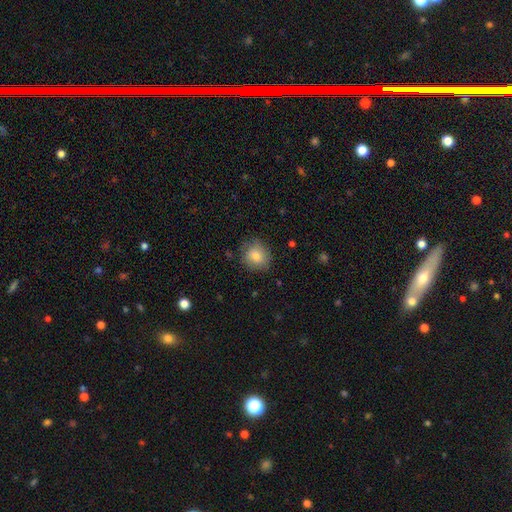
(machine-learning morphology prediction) A smooth galaxy with no disk features (81%) that is round (82%).

Vote fractions:
- Smooth or featured? smooth: 81% / featured or disk: 11% / star or artifact: 9%
- How rounded? round: 82% / in between: 17% / cigar-shaped: 1%
- Merging? none: 78% / minor disturbance: 16% / major disturbance: 4% / merger: 1%